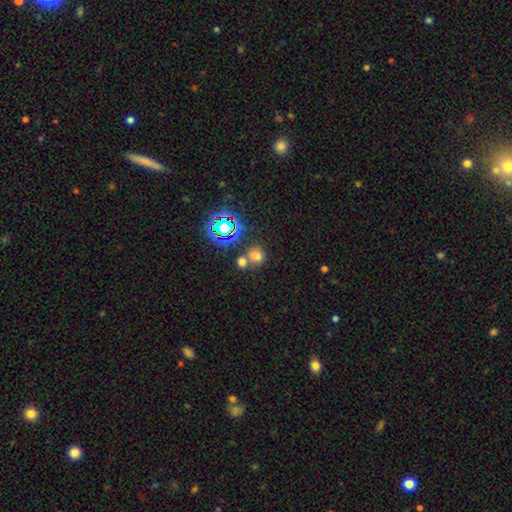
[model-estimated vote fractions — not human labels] The model was most divided on "merging": none: 47%, merger: 41%, minor disturbance: 8%, major disturbance: 4%. More confident: how rounded — round (69%); smooth or featured — smooth (64%).